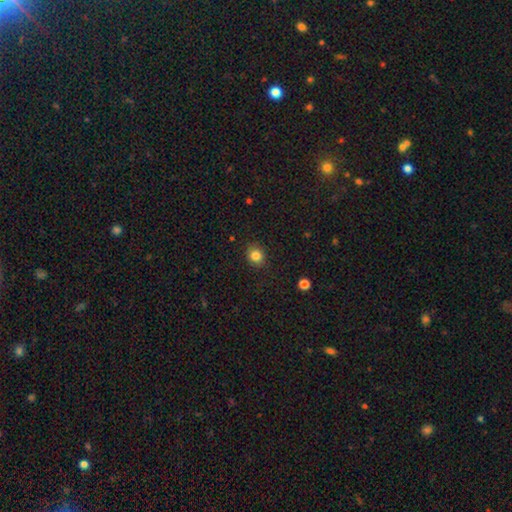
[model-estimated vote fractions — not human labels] Smooth or featured? Predicted: smooth (p=0.83). How rounded? Predicted: round (p=0.74). Merging? Predicted: none (p=0.87).